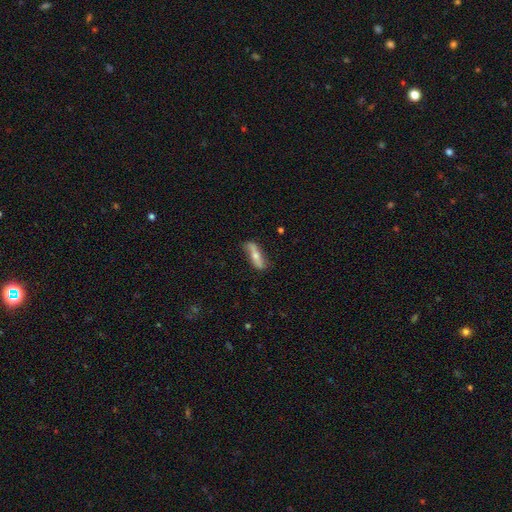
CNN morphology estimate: Overall: featured or disk (50%; smooth 44%). Edge-on disk: yes (56%; no 44%). Merging: none (76%).